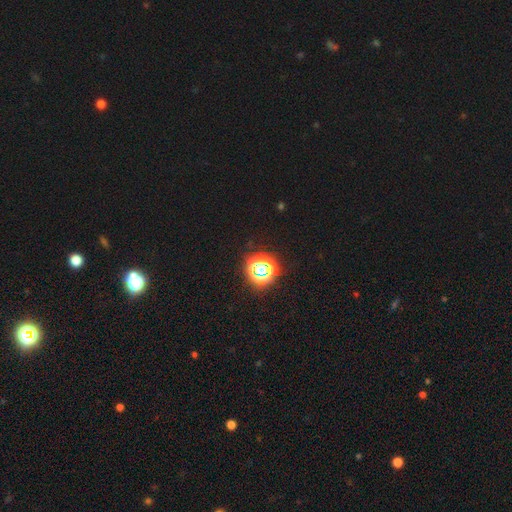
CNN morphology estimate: star or artifact 76%, smooth 19%, featured or disk 5%.